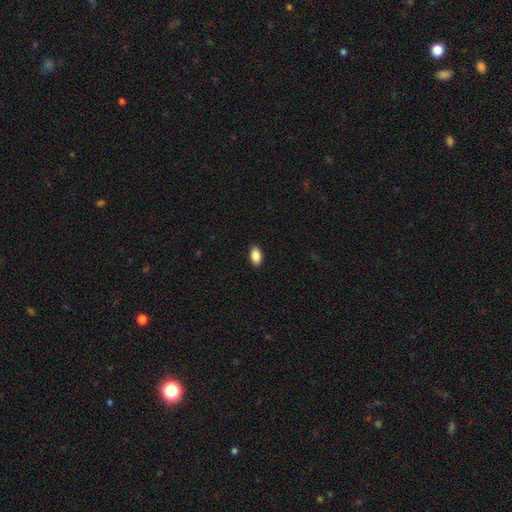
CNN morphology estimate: Smooth or featured: smooth — 89% (star or artifact — 7%)
How rounded: in between — 92% (round — 6%)
Merging: none — 90% (minor disturbance — 7%)